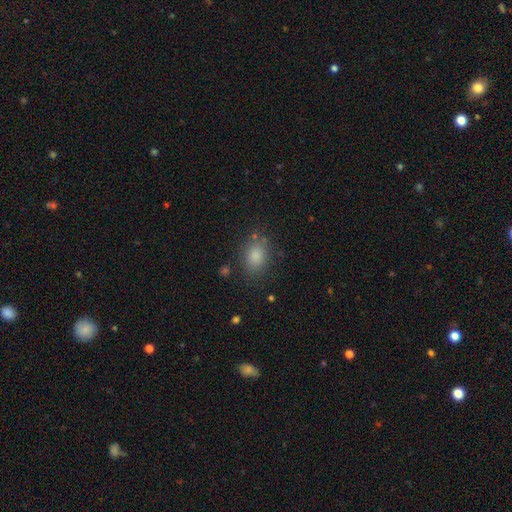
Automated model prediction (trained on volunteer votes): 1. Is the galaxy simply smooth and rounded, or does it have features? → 83% smooth, 10% star or artifact, 7% featured or disk.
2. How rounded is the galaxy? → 75% in between, 23% round, 2% cigar-shaped.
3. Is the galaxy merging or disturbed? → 78% none, 14% minor disturbance, 5% major disturbance, 3% merger.